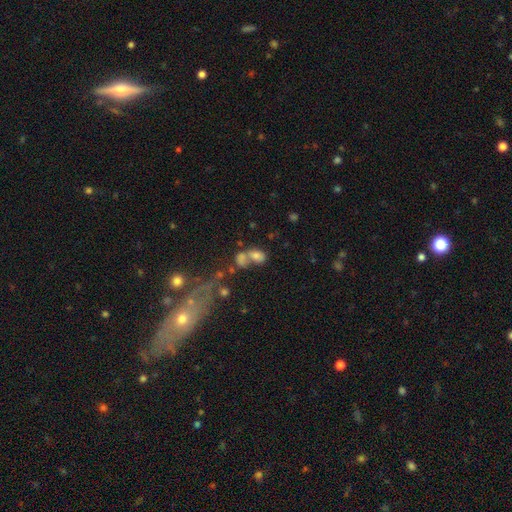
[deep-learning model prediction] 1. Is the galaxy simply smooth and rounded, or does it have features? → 64% smooth, 19% featured or disk, 17% star or artifact.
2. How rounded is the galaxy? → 75% in between, 22% round, 2% cigar-shaped.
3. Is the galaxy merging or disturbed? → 53% merger, 26% none, 11% minor disturbance, 10% major disturbance.